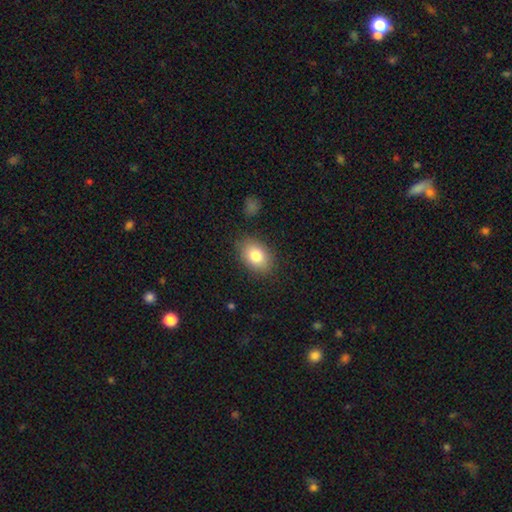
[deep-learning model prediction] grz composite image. It shows a smooth galaxy with no disk features (81%) that is in between round and cigar-shaped (80%). Merging: none (84%).